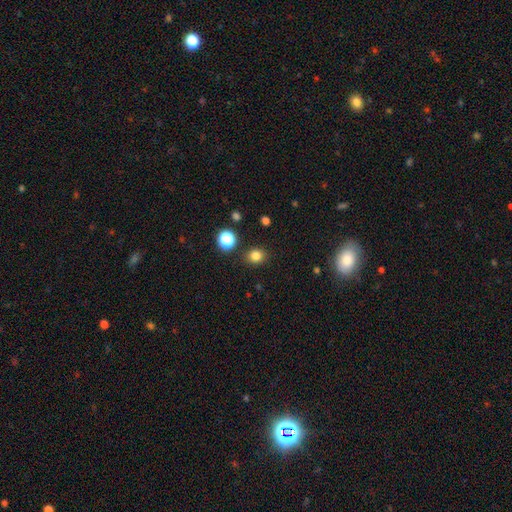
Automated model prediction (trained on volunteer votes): This is clearly a smooth galaxy (81%). How rounded: likely round (75%). Merging: clearly none (88%).